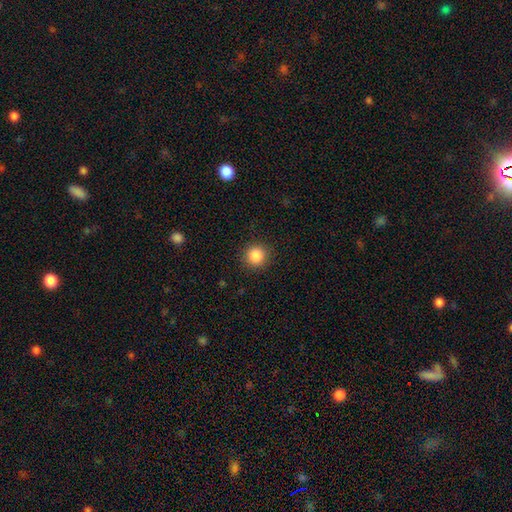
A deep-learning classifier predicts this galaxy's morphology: Q: Smooth or featured?
A: smooth (86%); runner-up: star or artifact (10%)
Q: How rounded?
A: round (93%); runner-up: in between (6%)
Q: Merging?
A: none (91%); runner-up: minor disturbance (6%)